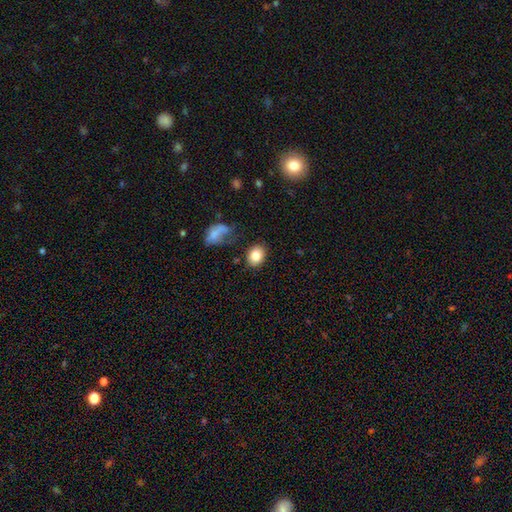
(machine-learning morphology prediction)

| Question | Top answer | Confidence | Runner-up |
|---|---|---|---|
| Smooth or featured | smooth | 83% | star or artifact (9%) |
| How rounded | in between | 54% | round (45%) |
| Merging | none | 78% | minor disturbance (13%) |